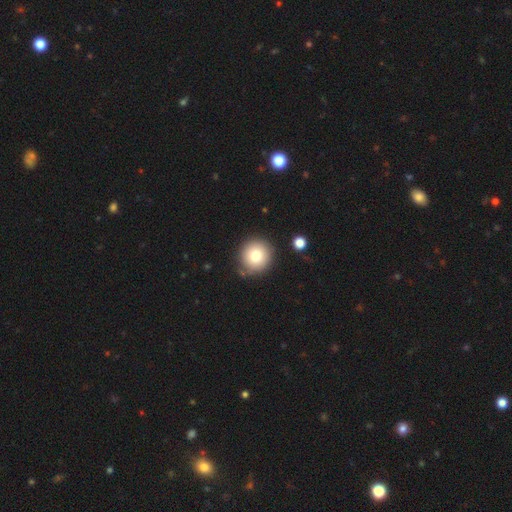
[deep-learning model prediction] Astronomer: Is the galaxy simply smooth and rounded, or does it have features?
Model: smooth — 78%.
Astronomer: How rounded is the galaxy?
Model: round — 94%.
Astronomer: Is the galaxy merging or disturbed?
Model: none — 83%.